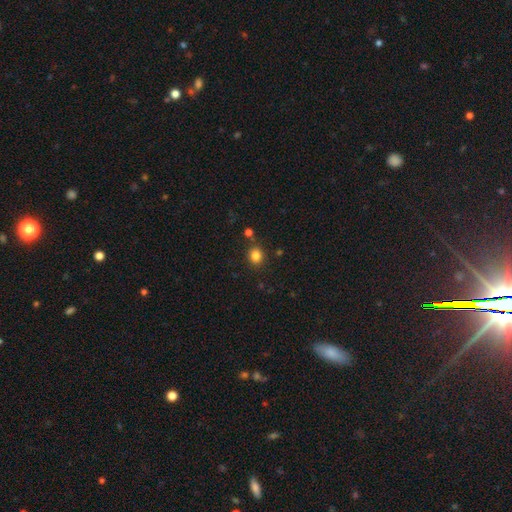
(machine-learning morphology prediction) This is clearly a smooth galaxy (83%). How rounded: likely round (71%). Merging: clearly none (81%).